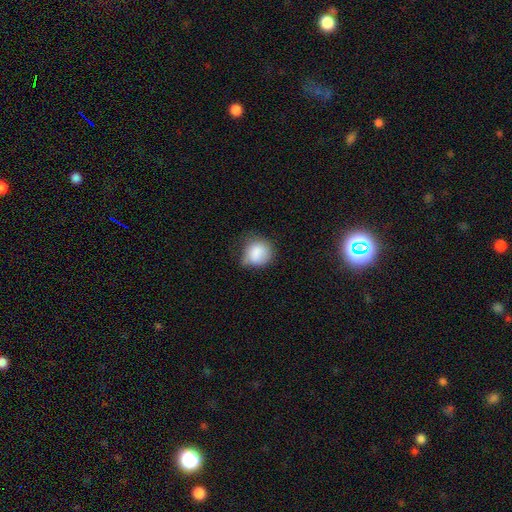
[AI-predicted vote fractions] A smooth galaxy with no disk features (84%) that is round (74%). Merging: none (47%).